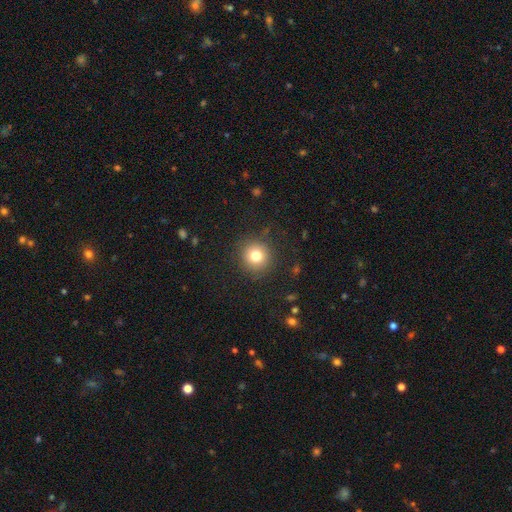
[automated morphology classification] Smooth or featured? smooth (79%)
How rounded? round (93%)
Merging? none (87%)